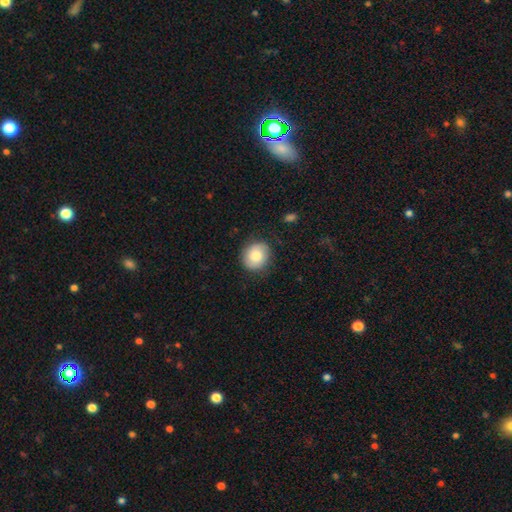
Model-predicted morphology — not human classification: smooth 79%, featured or disk 14%, star or artifact 8%. Down the decision tree: how rounded — round (75%); merging — none (82%).